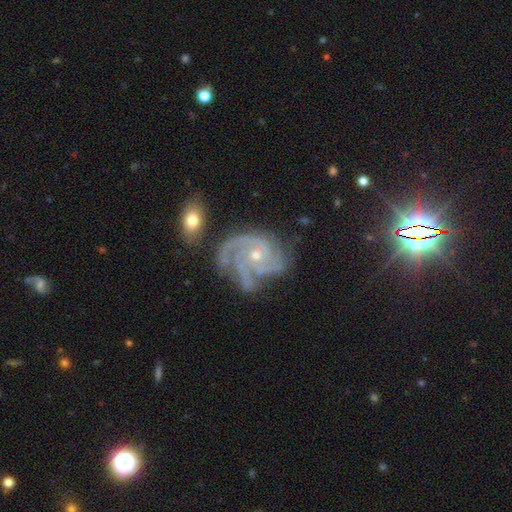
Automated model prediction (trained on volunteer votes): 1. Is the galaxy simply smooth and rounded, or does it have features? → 90% featured or disk, 6% star or artifact, 4% smooth.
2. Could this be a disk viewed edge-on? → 98% no, 2% yes.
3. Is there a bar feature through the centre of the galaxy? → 76% no, 19% weak, 5% strong.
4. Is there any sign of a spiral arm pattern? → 98% yes, 2% no.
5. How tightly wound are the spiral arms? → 60% tight, 34% medium, 6% loose.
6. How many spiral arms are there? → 40% 3, 29% 4, 11% can't tell, 8% 2, 7% more than 4, 6% 1.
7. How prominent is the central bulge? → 69% small, 28% moderate, 1% none, 1% large, 1% dominant.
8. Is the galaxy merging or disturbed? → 56% none, 24% minor disturbance, 14% major disturbance, 5% merger.